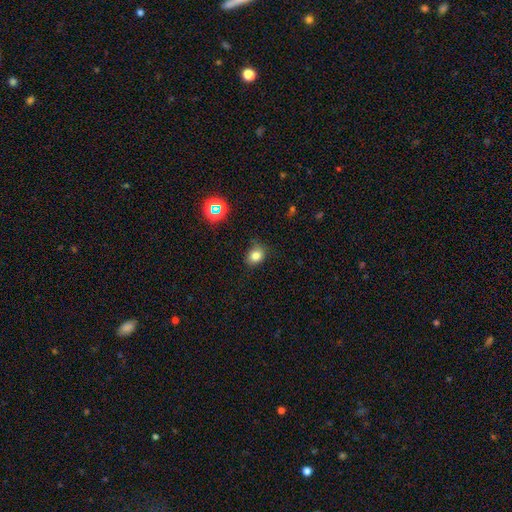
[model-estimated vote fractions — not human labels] Smooth or featured?
  - smooth: 79% *
  - star or artifact: 14%
  - featured or disk: 7%
How rounded?
  - round: 55% *
  - in between: 45%
  - cigar-shaped: 1%
Merging?
  - none: 74% *
  - minor disturbance: 20%
  - major disturbance: 4%
  - merger: 2%